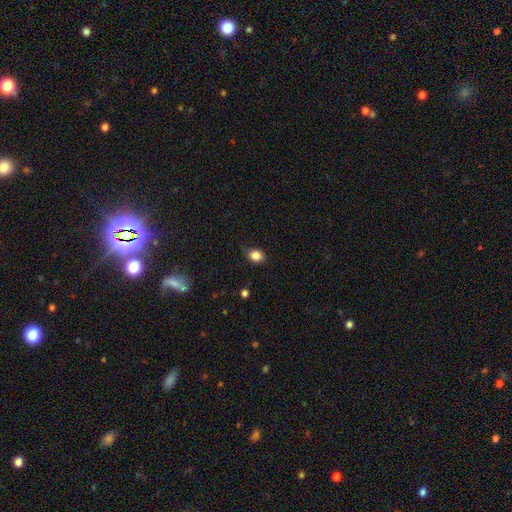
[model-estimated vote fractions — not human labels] This appears to be a smooth galaxy with no disk features (84%) that is in between round and cigar-shaped (52%). Merging: none (75%).